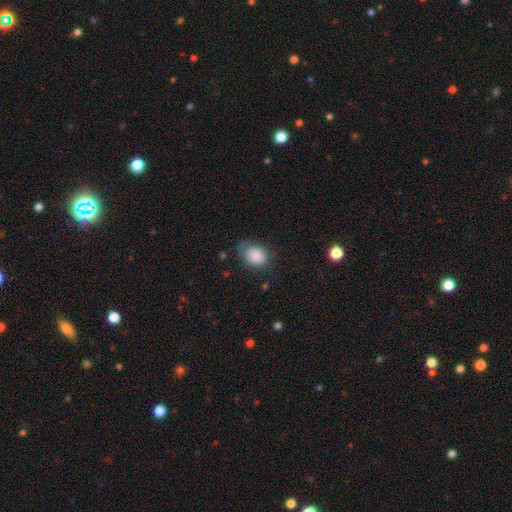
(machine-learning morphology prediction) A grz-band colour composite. It shows a smooth galaxy with no disk features (84%) that is in between round and cigar-shaped (58%). Merging: none (59%).